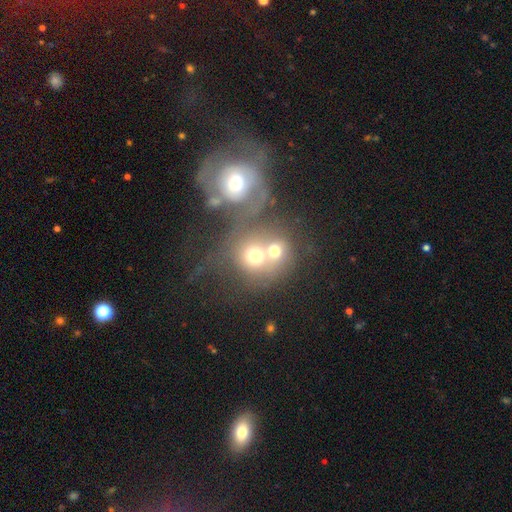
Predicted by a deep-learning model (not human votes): A smooth galaxy with no disk features (54%) that is round (76%).

Vote fractions:
- Smooth or featured? smooth: 54% / featured or disk: 30% / star or artifact: 15%
- How rounded? round: 76% / in between: 23% / cigar-shaped: 1%
- Merging? merger: 67% / none: 19% / major disturbance: 8% / minor disturbance: 6%